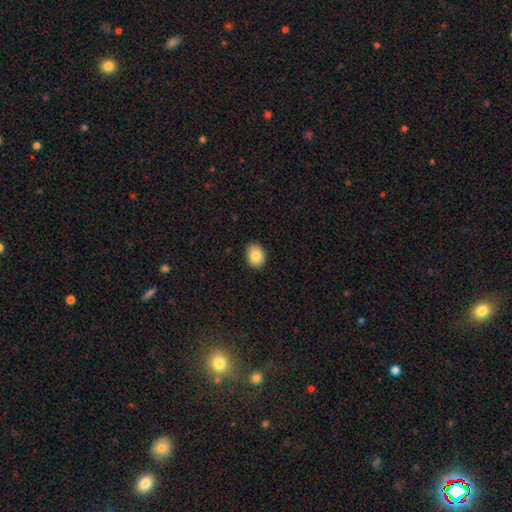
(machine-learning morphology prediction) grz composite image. It shows a smooth galaxy with no disk features (84%) that is round (51%). Merging: none (88%).